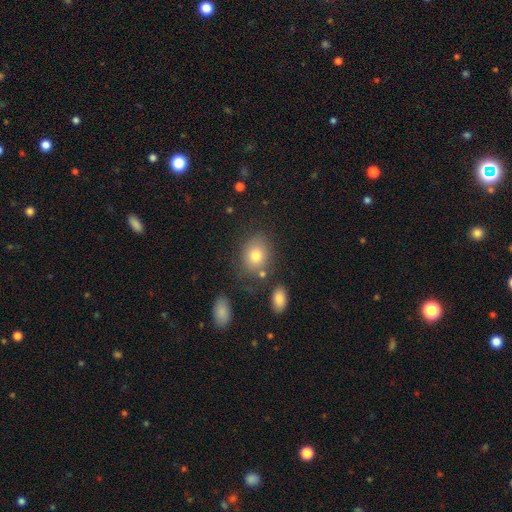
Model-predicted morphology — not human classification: This appears to be a smooth galaxy with no disk features (78%) that is in between round and cigar-shaped (54%). Merging: none (70%).